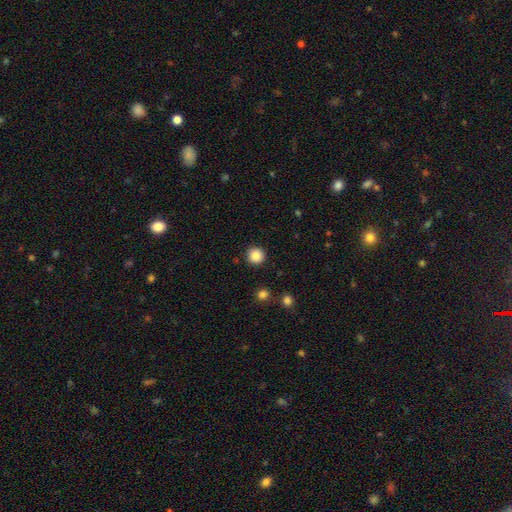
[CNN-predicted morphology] smooth-or-featured: smooth: 86% | star or artifact: 10% | featured or disk: 4%
  how-rounded: round: 95% | in between: 4% | cigar-shaped: 1%
  merging: none: 92% | minor disturbance: 5% | major disturbance: 2% | merger: 1%